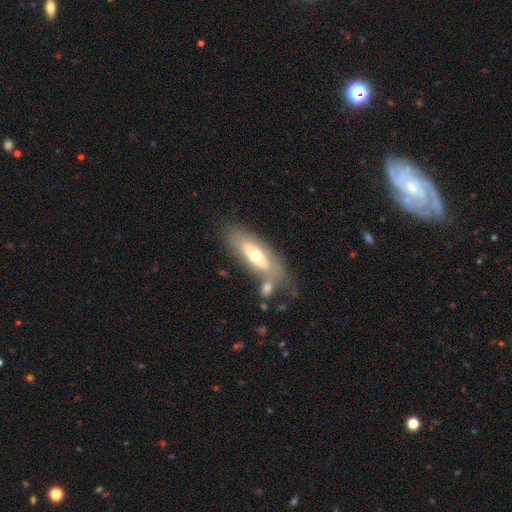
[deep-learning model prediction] A smooth galaxy with no disk features (49%). Merging: none (54%).